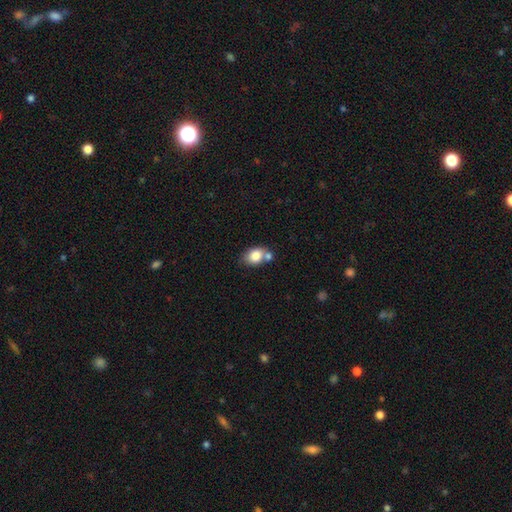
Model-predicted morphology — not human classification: smooth_or_featured: smooth (p=0.81) [alt: featured or disk p=0.11]
how_rounded: in between (p=0.70) [alt: round p=0.28]
merging: none (p=0.48) [alt: merger p=0.34]